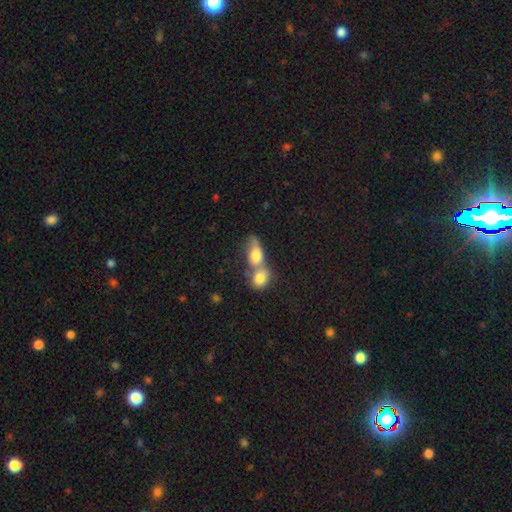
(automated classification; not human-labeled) This appears to be a smooth galaxy with no disk features (77%) that is in between round and cigar-shaped (77%). Merging: merger (69%).